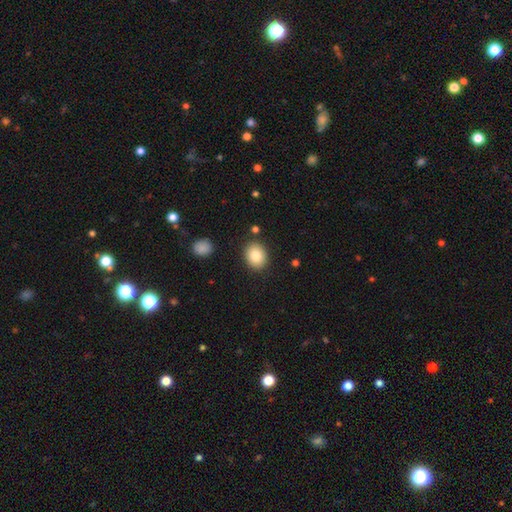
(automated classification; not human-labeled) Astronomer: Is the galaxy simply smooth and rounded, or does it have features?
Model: smooth — 83%.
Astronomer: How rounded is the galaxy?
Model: round — 53% (runner-up: in between, 47%).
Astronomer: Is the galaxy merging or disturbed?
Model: none — 87%.